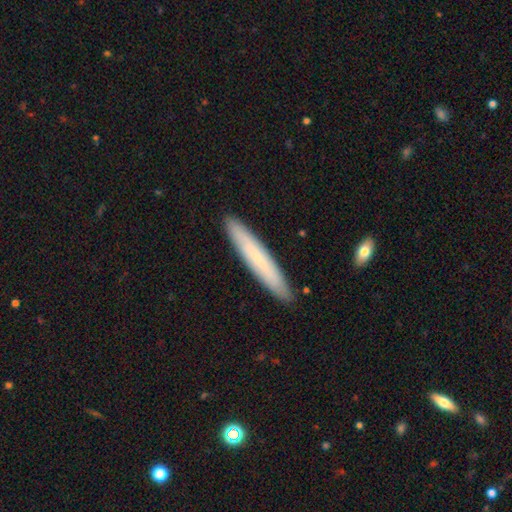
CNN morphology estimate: Overall: smooth (70%). How rounded: cigar-shaped (95%). Merging: none (91%).